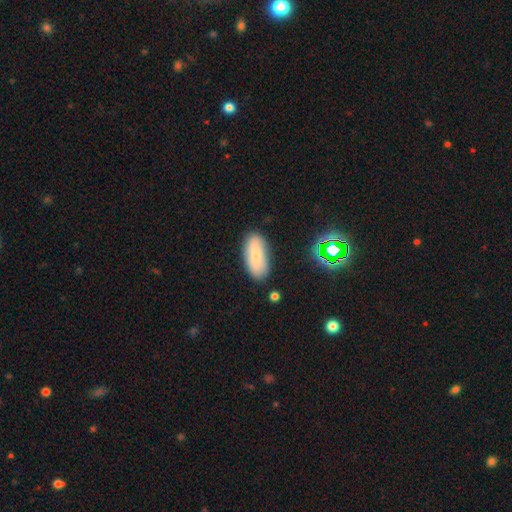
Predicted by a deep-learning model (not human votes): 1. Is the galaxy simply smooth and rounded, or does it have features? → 75% smooth, 16% featured or disk, 10% star or artifact.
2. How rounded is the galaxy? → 84% in between, 13% cigar-shaped, 2% round.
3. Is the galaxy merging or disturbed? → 83% none, 12% minor disturbance, 3% major disturbance, 2% merger.